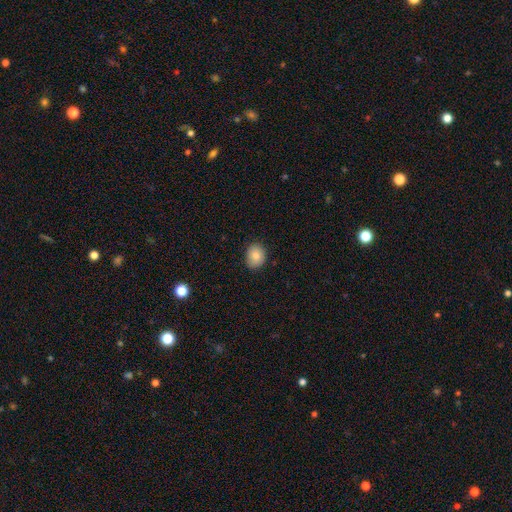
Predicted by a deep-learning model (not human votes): Smooth or featured? Predicted: smooth (p=0.82). How rounded? Predicted: round (p=0.52). Merging? Predicted: none (p=0.85).